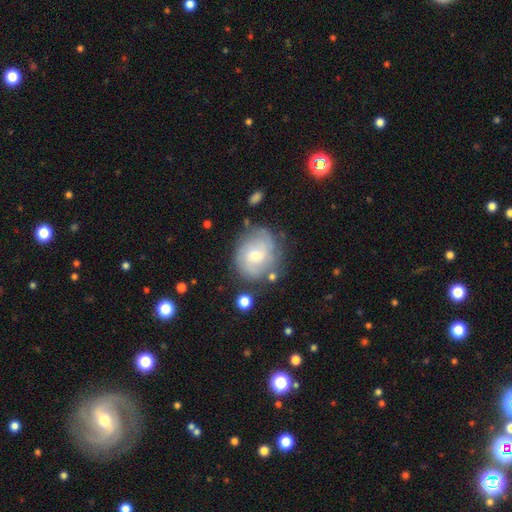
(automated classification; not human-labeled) Overall: featured or disk (70%). Edge-on disk: no (97%). Bar: no (65%; weak 31%). Spiral arms: yes (88%). Spiral arm count: can't tell (40%; 2 28%). Spiral winding: tight (58%; medium 31%). Bulge size: moderate (49%; small 47%). Merging: none (71%).